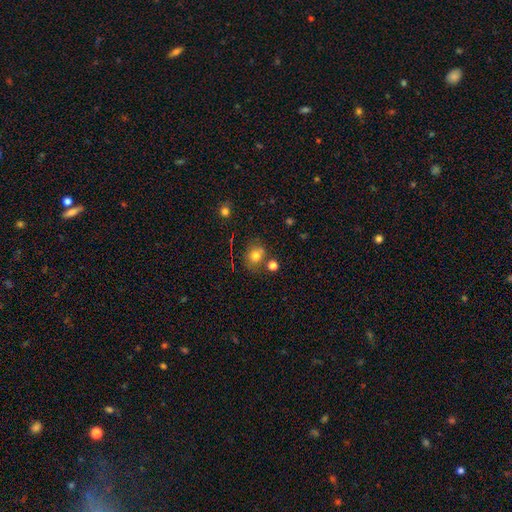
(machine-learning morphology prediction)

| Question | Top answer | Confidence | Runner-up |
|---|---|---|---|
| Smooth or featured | smooth | 75% | star or artifact (14%) |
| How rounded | round | 73% | in between (26%) |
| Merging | none | 64% | merger (15%) |